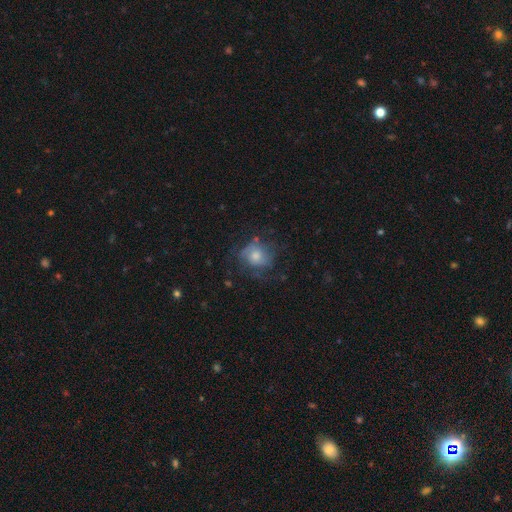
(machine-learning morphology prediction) A smooth galaxy with no disk features (54%) that is round (70%). Merging: none (51%).